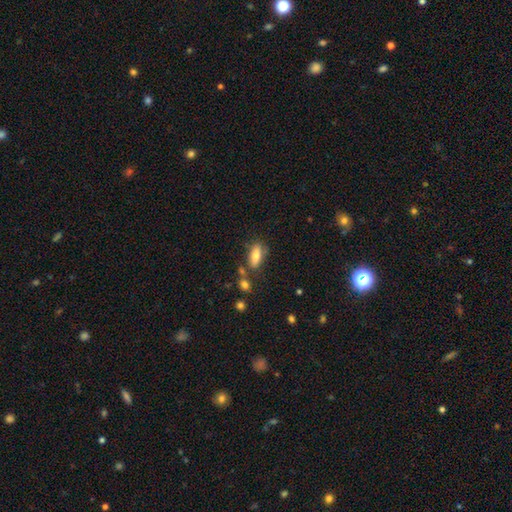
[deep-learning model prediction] Smooth or featured?
  - smooth: 78% *
  - featured or disk: 14%
  - star or artifact: 8%
How rounded?
  - in between: 79% *
  - cigar-shaped: 18%
  - round: 3%
Merging?
  - none: 69% *
  - minor disturbance: 17%
  - merger: 10%
  - major disturbance: 5%